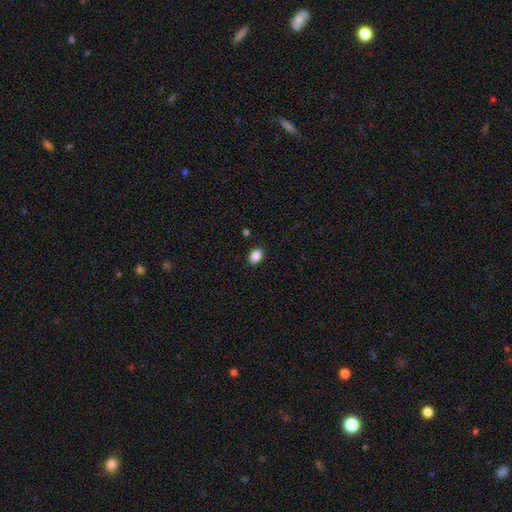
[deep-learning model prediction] Smooth or featured? smooth (88%)
How rounded? in between (77%)
Merging? none (89%)